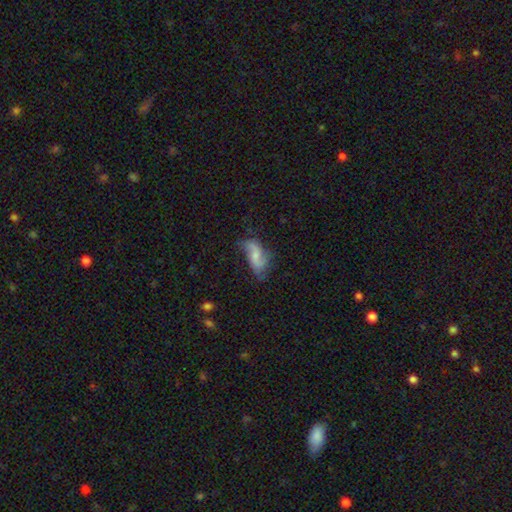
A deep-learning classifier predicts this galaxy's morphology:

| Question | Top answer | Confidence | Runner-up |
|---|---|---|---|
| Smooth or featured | featured or disk | 49% | smooth (43%) |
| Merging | none | 44% | minor disturbance (30%) |